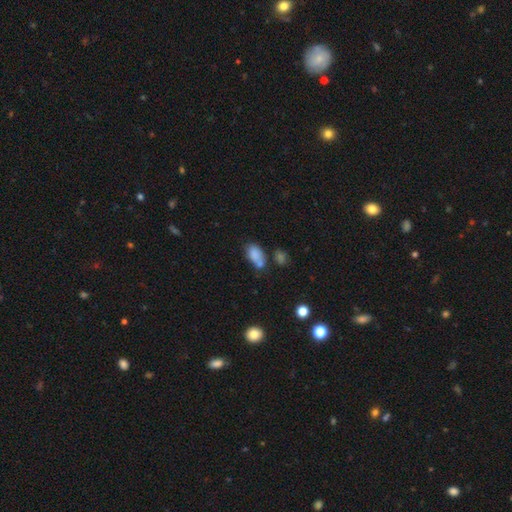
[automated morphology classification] This is clearly a smooth galaxy (81%). How rounded: clearly in between (89%). Merging: marginally none (41%).